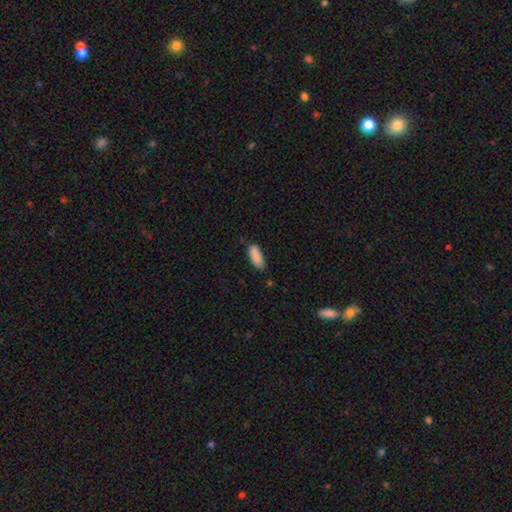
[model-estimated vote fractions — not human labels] Morphology: type=smooth (89%); roundness=in between (73%); merging=none (74%).